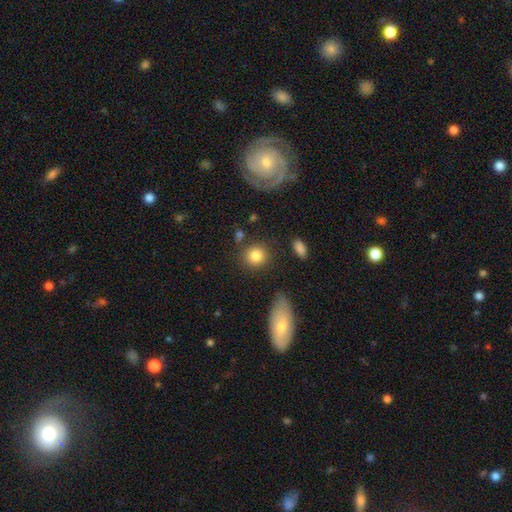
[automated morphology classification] Smooth or featured?
  - smooth: 85% *
  - star or artifact: 9%
  - featured or disk: 7%
How rounded?
  - round: 86% *
  - in between: 13%
  - cigar-shaped: 1%
Merging?
  - none: 80% *
  - minor disturbance: 10%
  - merger: 6%
  - major disturbance: 4%